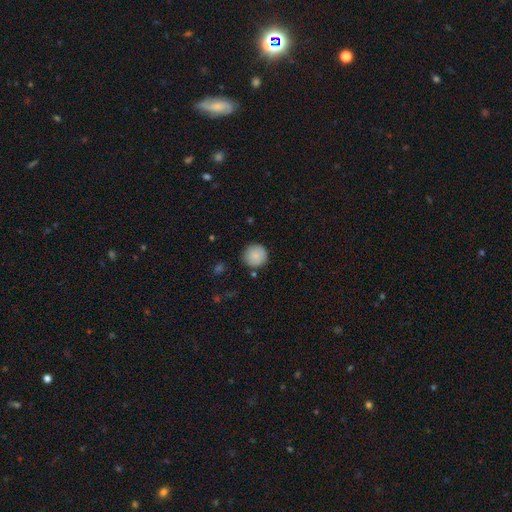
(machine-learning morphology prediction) smooth 87%, star or artifact 8%, featured or disk 6%. Down the decision tree: how rounded — round (95%); merging — none (87%).